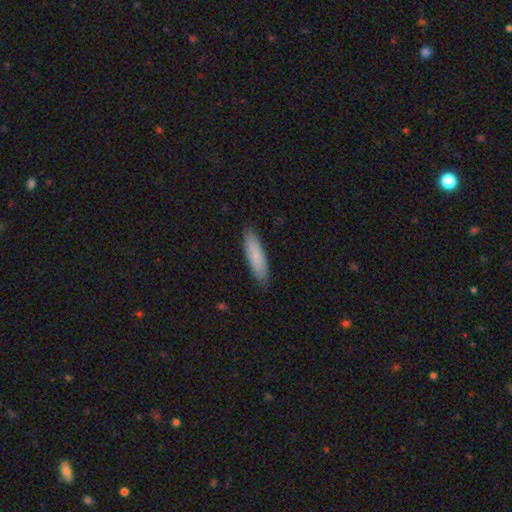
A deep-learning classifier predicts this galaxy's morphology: A smooth galaxy with no disk features (83%) that is cigar-shaped (72%). Merging: none (88%).